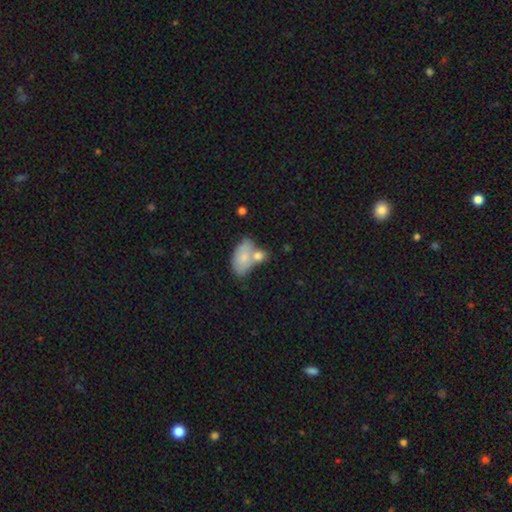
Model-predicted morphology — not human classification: smooth-or-featured: smooth: 69% | featured or disk: 23% | star or artifact: 9%
  how-rounded: in between: 88% | round: 9% | cigar-shaped: 3%
  merging: merger: 41% | none: 37% | minor disturbance: 16% | major disturbance: 6%